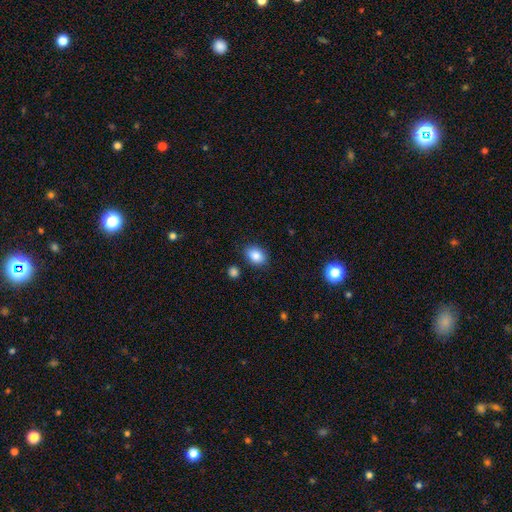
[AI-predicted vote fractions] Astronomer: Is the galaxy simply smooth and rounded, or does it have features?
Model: smooth — 86%.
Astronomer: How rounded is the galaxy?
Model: in between — 75%.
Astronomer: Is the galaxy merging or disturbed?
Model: none — 82%.